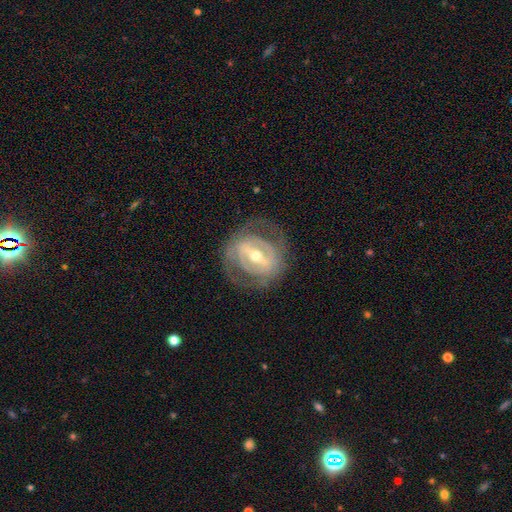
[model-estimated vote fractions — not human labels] This is clearly a featured or disk galaxy (83%). It is clearly not viewed edge-on (93%). Bar: possibly strong (58%). Spiral arm pattern: likely yes (66%). Spiral arm count: possibly 2 (56%). Spiral winding: possibly tight (54%). Central bulge: likely moderate (62%). Merging: likely none (73%).